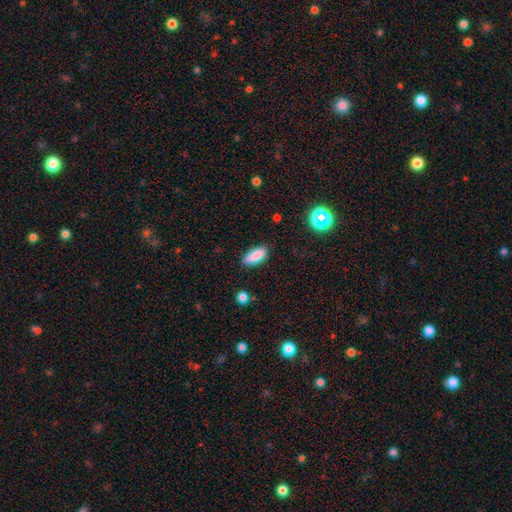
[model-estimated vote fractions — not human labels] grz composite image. It shows a smooth galaxy with no disk features (86%) that is in between round and cigar-shaped (82%). Merging: none (82%).